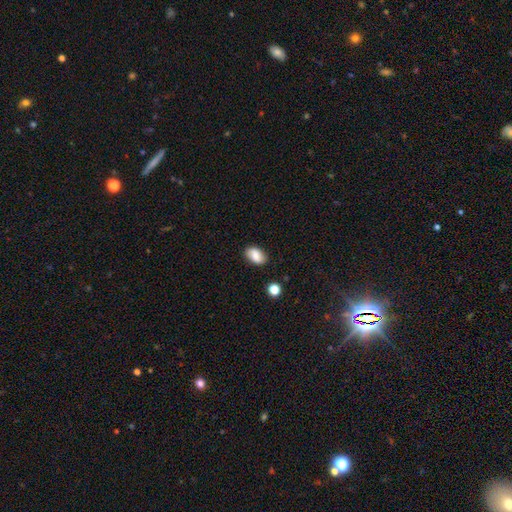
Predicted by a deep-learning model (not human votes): This is likely a smooth galaxy (76%). How rounded: clearly in between (88%). Merging: clearly none (83%).